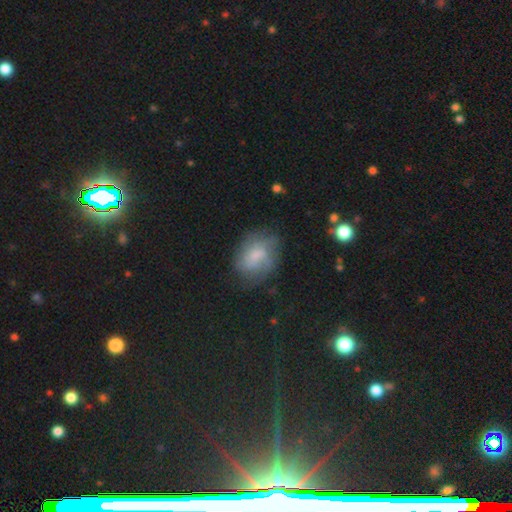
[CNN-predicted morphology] smooth_or_featured: smooth (p=0.46) [alt: featured or disk p=0.43]
merging: none (p=0.61) [alt: minor disturbance p=0.24]